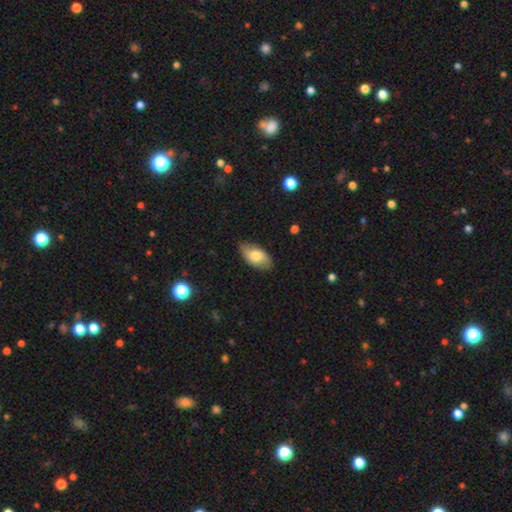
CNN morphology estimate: Smooth or featured? smooth (68%)
How rounded? in between (94%)
Merging? none (80%)